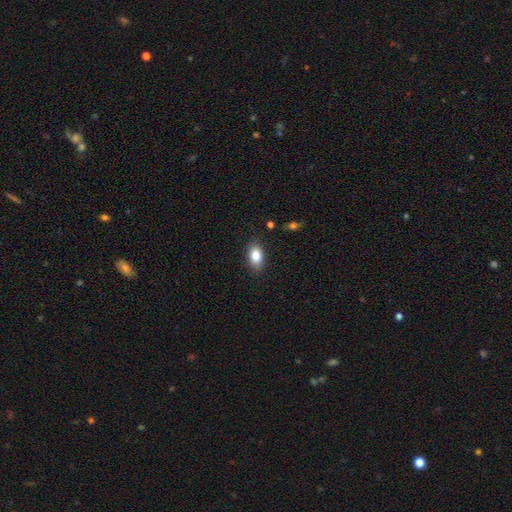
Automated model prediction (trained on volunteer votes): Smooth or featured: smooth — 83% (featured or disk — 9%)
How rounded: in between — 89% (round — 9%)
Merging: none — 85% (minor disturbance — 11%)